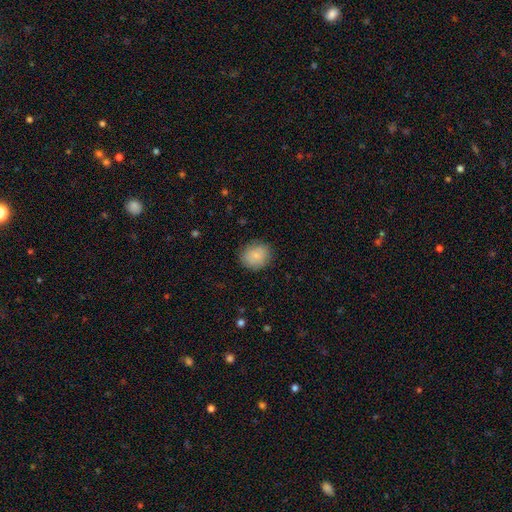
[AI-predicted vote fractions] Smooth or featured?
  - smooth: 82% *
  - featured or disk: 10%
  - star or artifact: 8%
How rounded?
  - round: 72% *
  - in between: 27%
  - cigar-shaped: 1%
Merging?
  - none: 82% *
  - minor disturbance: 14%
  - major disturbance: 4%
  - merger: 1%